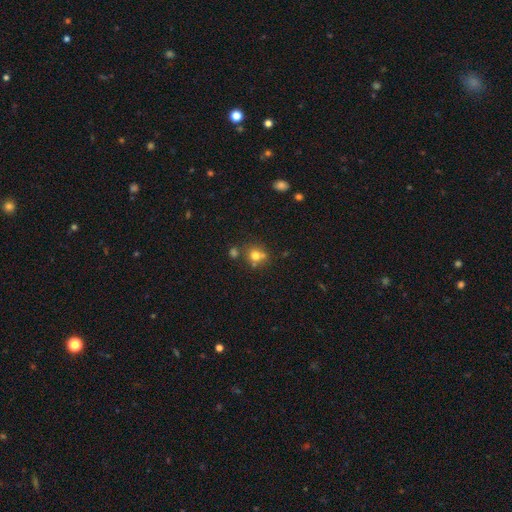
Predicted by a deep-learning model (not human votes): smooth-or-featured: smooth: 71% | star or artifact: 15% | featured or disk: 13%
  how-rounded: round: 78% | in between: 21% | cigar-shaped: 1%
  merging: none: 57% | merger: 25% | minor disturbance: 13% | major disturbance: 5%